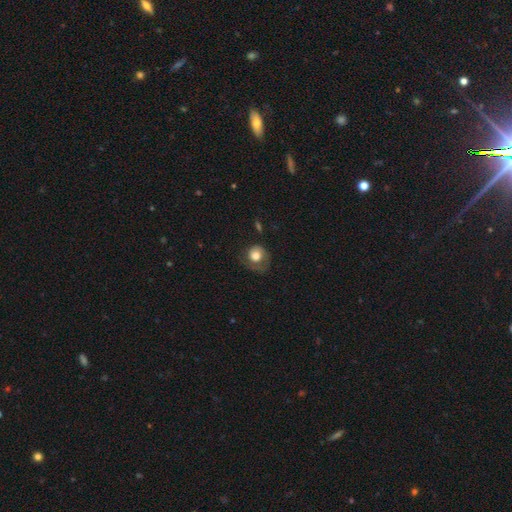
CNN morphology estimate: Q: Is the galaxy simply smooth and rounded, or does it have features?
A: smooth — 64%.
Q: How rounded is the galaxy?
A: round — 74%.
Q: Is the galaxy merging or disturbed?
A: none — 43%.